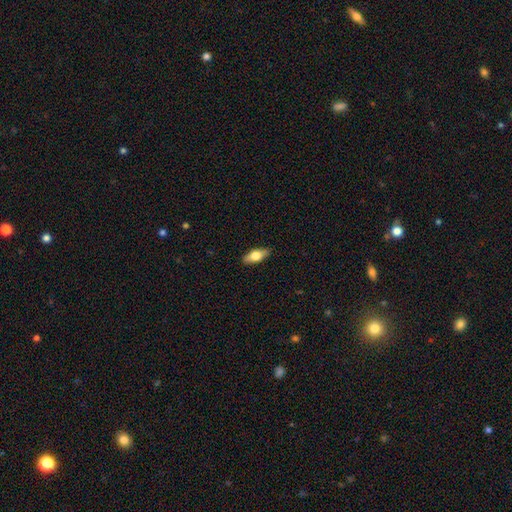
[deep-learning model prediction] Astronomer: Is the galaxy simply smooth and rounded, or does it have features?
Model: smooth — 63%.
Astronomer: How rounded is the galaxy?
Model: in between — 76%.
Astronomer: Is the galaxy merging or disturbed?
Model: none — 88%.